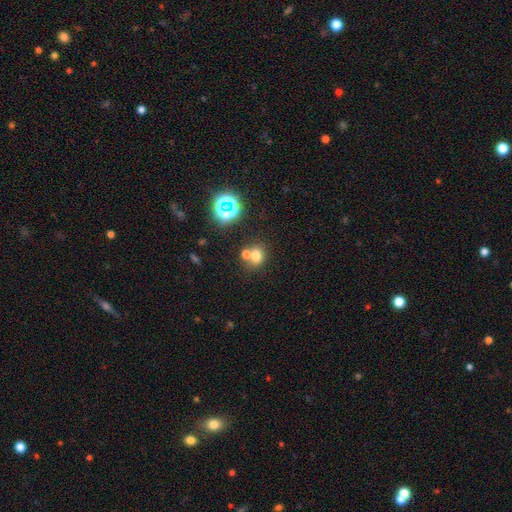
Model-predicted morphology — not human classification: Overall: smooth (69%). How rounded: round (59%; in between 40%). Merging: none (48%; merger 40%).